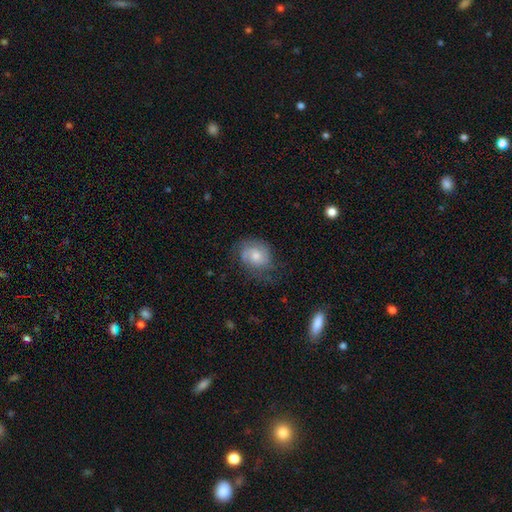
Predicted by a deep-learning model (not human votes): smooth_or_featured: featured or disk (p=0.51) [alt: smooth p=0.41]
disk_edge_on: no (p=0.97) [alt: yes p=0.03]
merging: none (p=0.58) [alt: minor disturbance p=0.25]